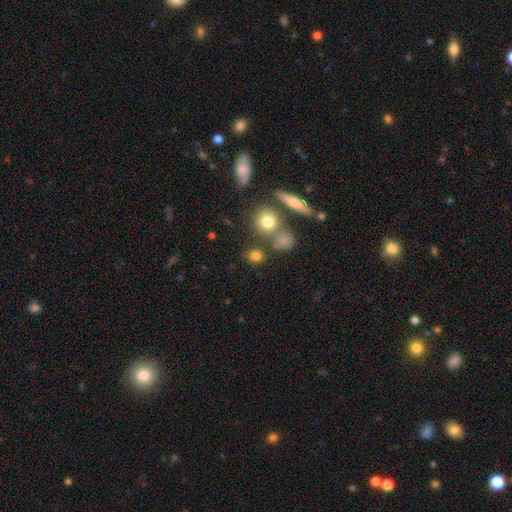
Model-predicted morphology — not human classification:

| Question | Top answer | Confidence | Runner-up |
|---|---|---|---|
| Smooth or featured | smooth | 79% | star or artifact (13%) |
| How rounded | round | 73% | in between (24%) |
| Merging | none | 72% | merger (14%) |